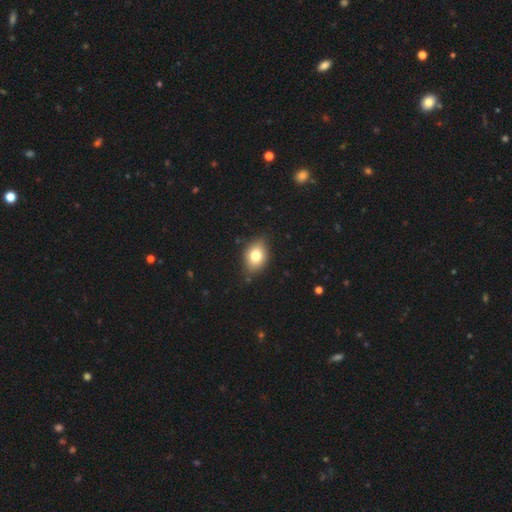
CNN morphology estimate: The model was most divided on "how rounded": in between: 72%, round: 26%, cigar-shaped: 2%. More confident: merging — none (81%); smooth or featured — smooth (77%).